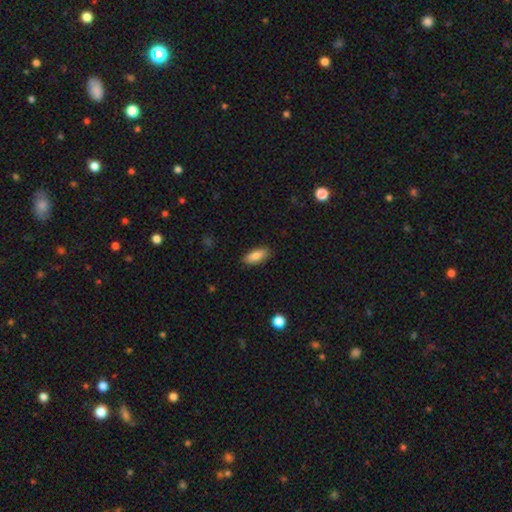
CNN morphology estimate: Smooth or featured: smooth — 81% (featured or disk — 13%)
How rounded: in between — 78% (cigar-shaped — 20%)
Merging: none — 88% (minor disturbance — 9%)